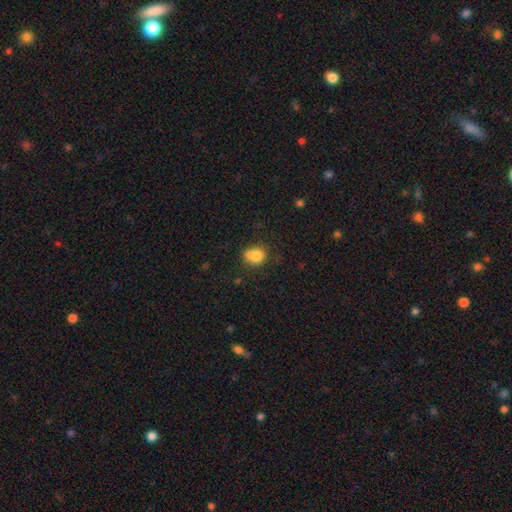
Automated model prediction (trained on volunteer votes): Q: Smooth or featured?
A: smooth (79%); runner-up: star or artifact (11%)
Q: How rounded?
A: round (51%); runner-up: in between (48%)
Q: Merging?
A: none (49%); runner-up: minor disturbance (24%)